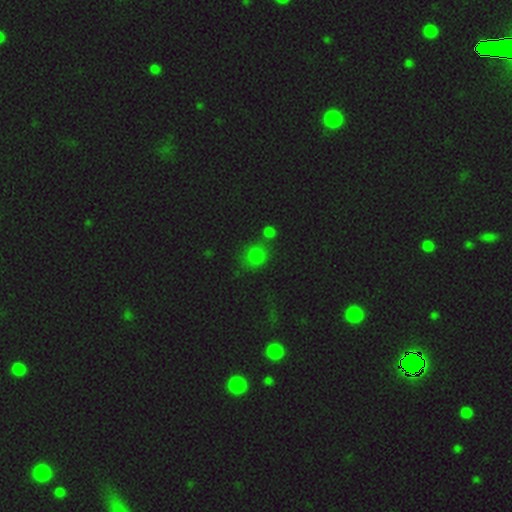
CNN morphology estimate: Smooth or featured? Predicted: smooth (p=0.73). How rounded? Predicted: round (p=0.83). Merging? Predicted: none (p=0.62).